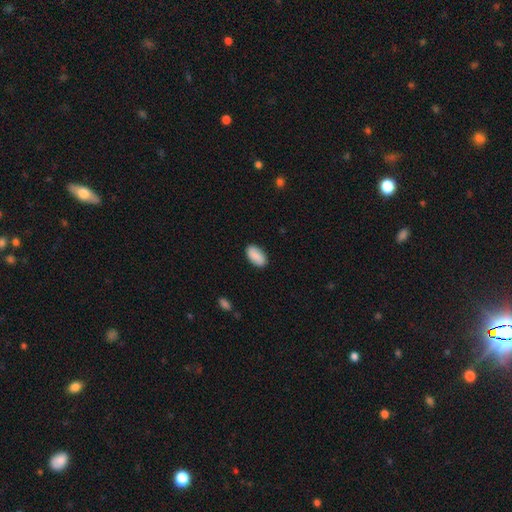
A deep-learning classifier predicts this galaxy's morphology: Smooth or featured? Predicted: smooth (p=0.86). How rounded? Predicted: in between (p=0.94). Merging? Predicted: none (p=0.87).